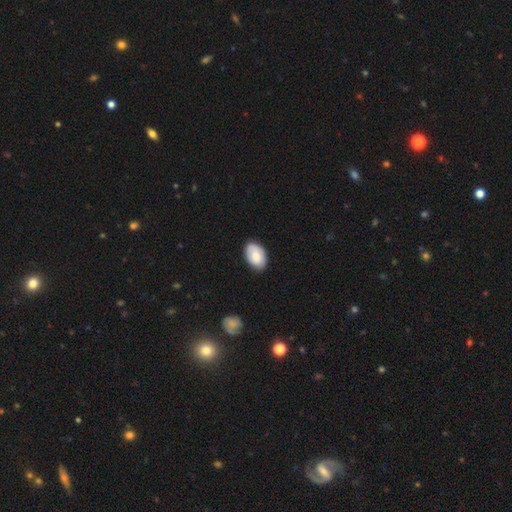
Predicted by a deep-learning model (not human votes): This is likely a smooth galaxy (74%). How rounded: clearly in between (90%). Merging: likely none (80%).